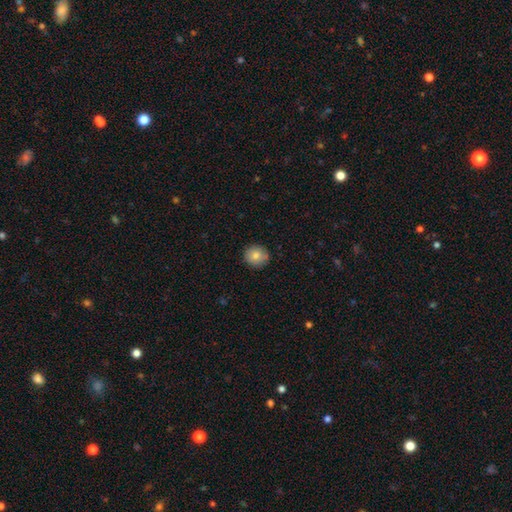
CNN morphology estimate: Smooth or featured: smooth — 81% (featured or disk — 10%)
How rounded: round — 89% (in between — 10%)
Merging: none — 89% (minor disturbance — 8%)